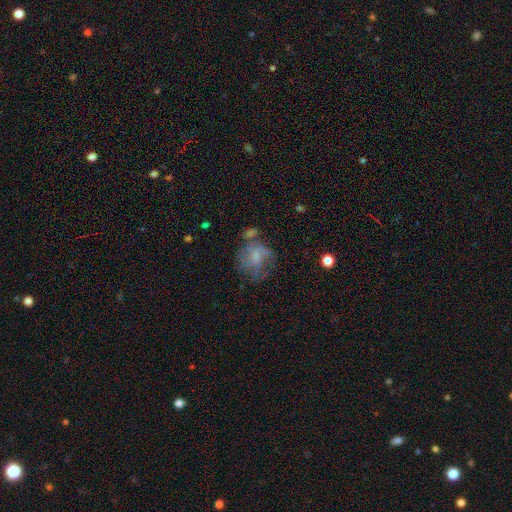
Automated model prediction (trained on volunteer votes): This appears to be a featured or disk galaxy (46%). Merging: none (40%).